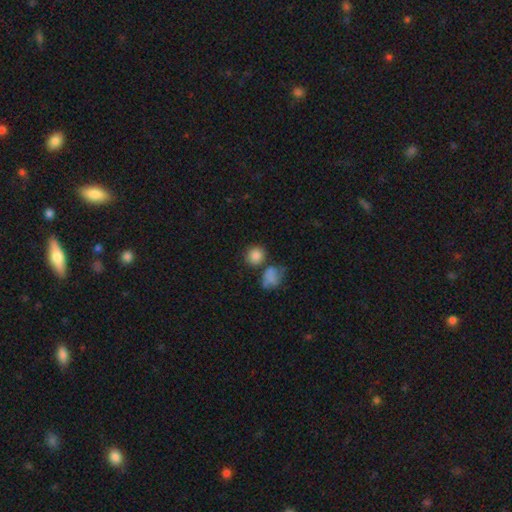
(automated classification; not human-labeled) smooth 85%, star or artifact 10%, featured or disk 6%. Down the decision tree: how rounded — round (81%); merging — none (65%).